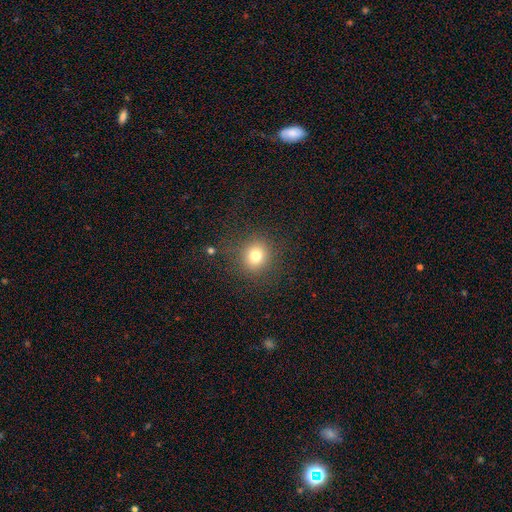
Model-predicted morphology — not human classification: Smooth or featured? smooth (76%)
How rounded? round (88%)
Merging? none (86%)